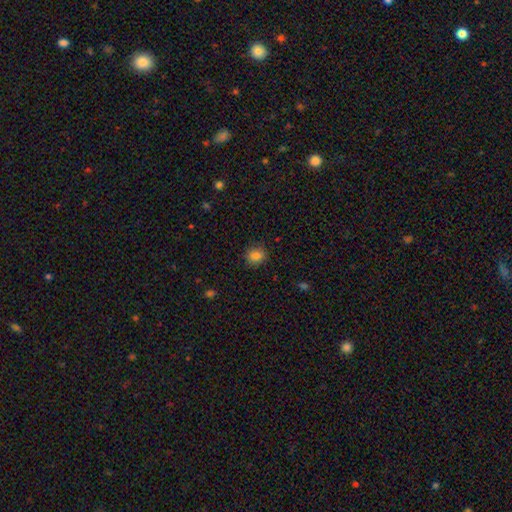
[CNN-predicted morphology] Overall: smooth (84%). How rounded: round (73%). Merging: none (87%).